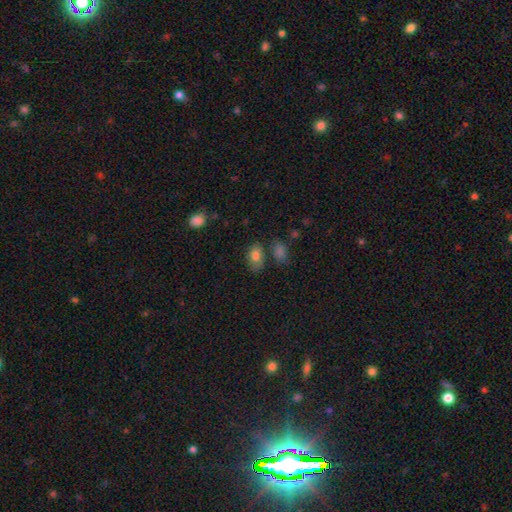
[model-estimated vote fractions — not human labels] Morphology: type=smooth (81%); roundness=in between (86%); merging=none (63%).